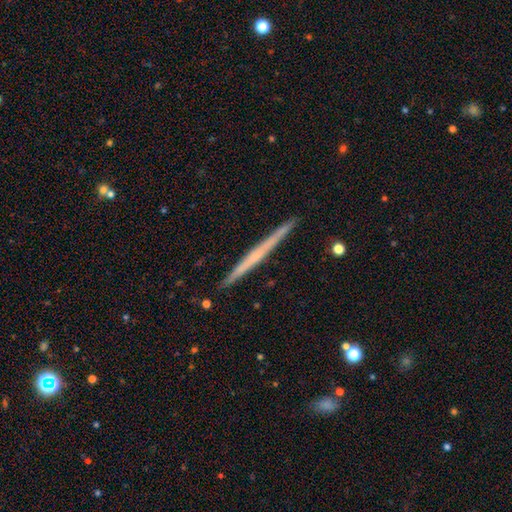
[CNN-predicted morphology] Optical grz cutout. It shows a featured or disk galaxy (60%) viewed edge-on (98%) with no central bulge (84%). Merging: none (92%).